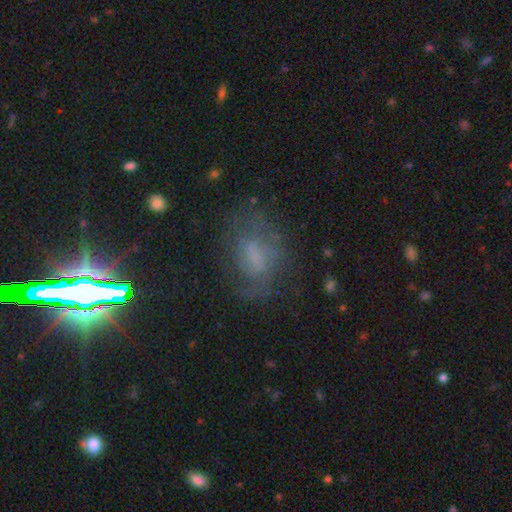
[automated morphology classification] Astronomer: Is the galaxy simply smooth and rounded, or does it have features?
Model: featured or disk — 44% (runner-up: smooth, 35%).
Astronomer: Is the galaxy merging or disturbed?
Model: none — 59%.